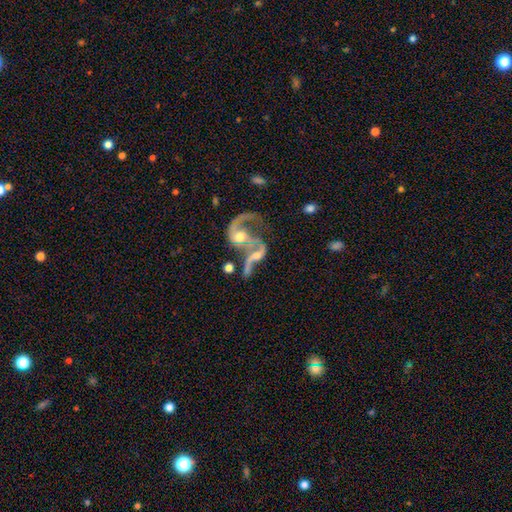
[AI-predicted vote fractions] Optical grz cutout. It shows a featured or disk galaxy (75%) with no bar (62%), 2 (60%) loose (71%) spiral arms (79%) and a moderate central bulge (53%). Merging: merger (66%).